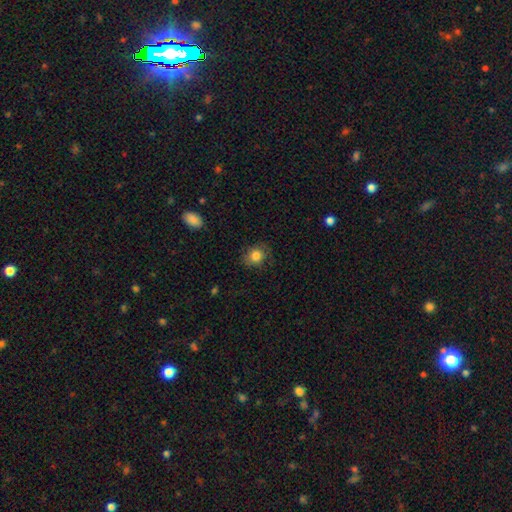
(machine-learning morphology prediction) Smooth or featured? smooth (83%)
How rounded? round (71%)
Merging? none (79%)